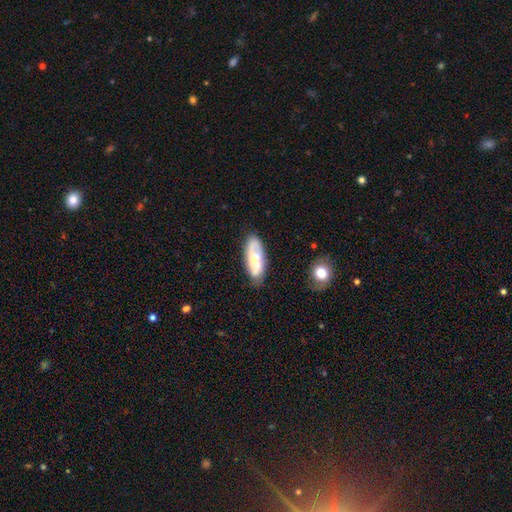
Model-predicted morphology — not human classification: A featured or disk galaxy (47%).

Vote fractions:
- Smooth or featured? featured or disk: 47% / smooth: 46% / star or artifact: 7%
- Merging? none: 71% / minor disturbance: 20% / major disturbance: 6% / merger: 4%